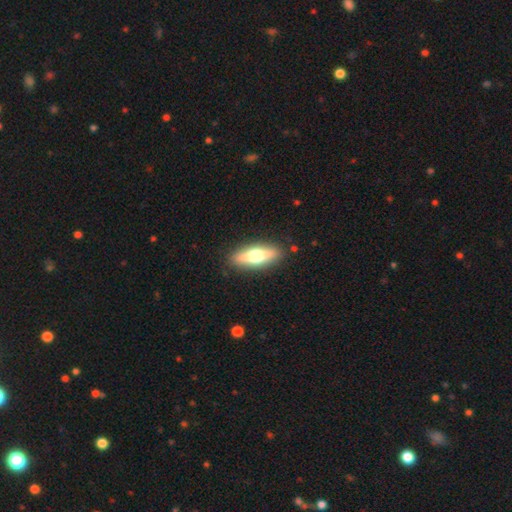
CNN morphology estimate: Smooth or featured? smooth (48%)
Merging? none (88%)